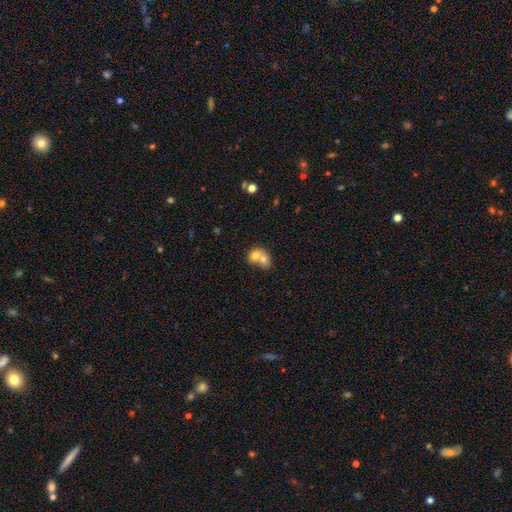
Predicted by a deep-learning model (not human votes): This is likely a smooth galaxy (69%). How rounded: possibly round (57%). Merging: likely merger (75%).